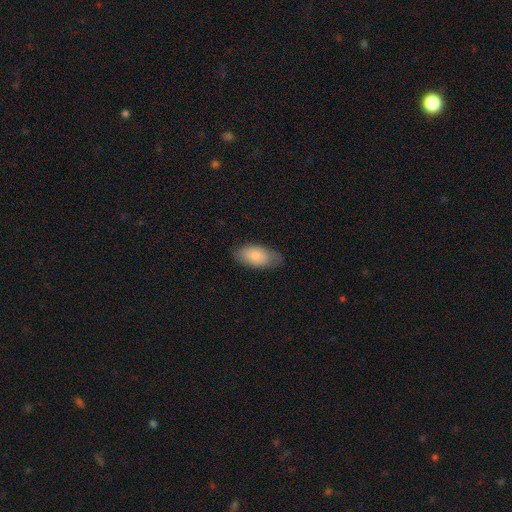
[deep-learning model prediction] Morphology: type=smooth (83%); roundness=in between (93%); merging=none (78%).